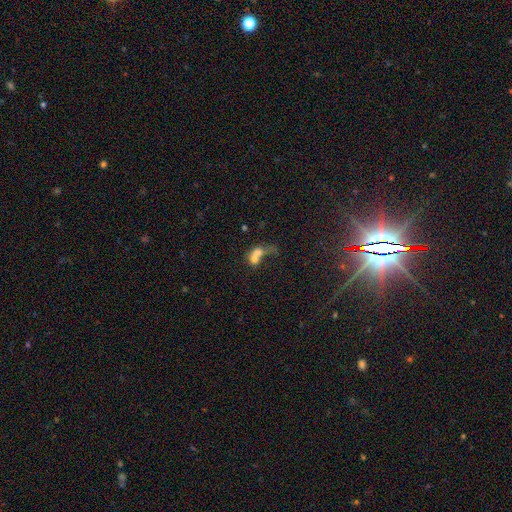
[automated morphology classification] Q: Smooth or featured?
A: smooth (61%); runner-up: featured or disk (27%)
Q: How rounded?
A: round (49%); runner-up: in between (48%)
Q: Merging?
A: merger (70%); runner-up: major disturbance (12%)